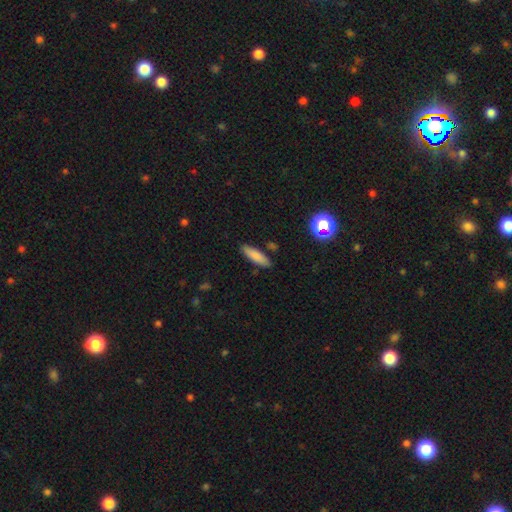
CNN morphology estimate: smooth 82%, featured or disk 10%, star or artifact 8%. Down the decision tree: how rounded — cigar-shaped (60%); merging — none (86%).